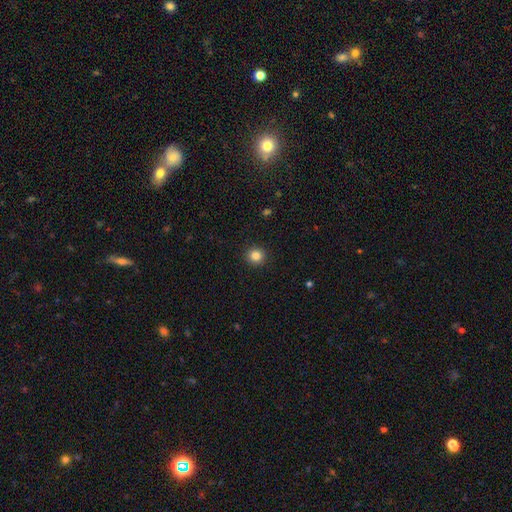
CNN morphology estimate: The model was most divided on "smooth or featured": smooth: 84%, star or artifact: 11%, featured or disk: 5%. More confident: merging — none (93%); how rounded — round (92%).